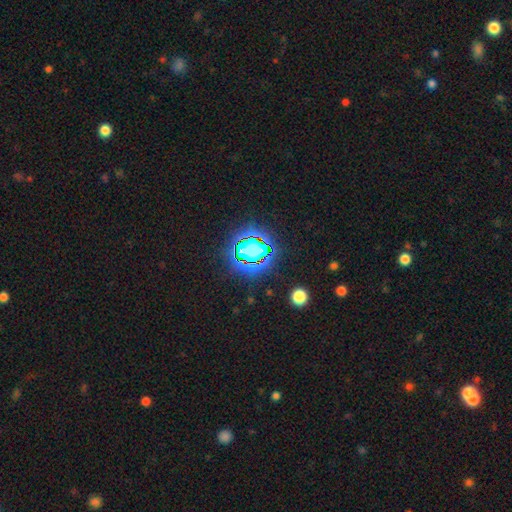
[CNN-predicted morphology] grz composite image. It shows a star or artifact, not a galaxy (80%).